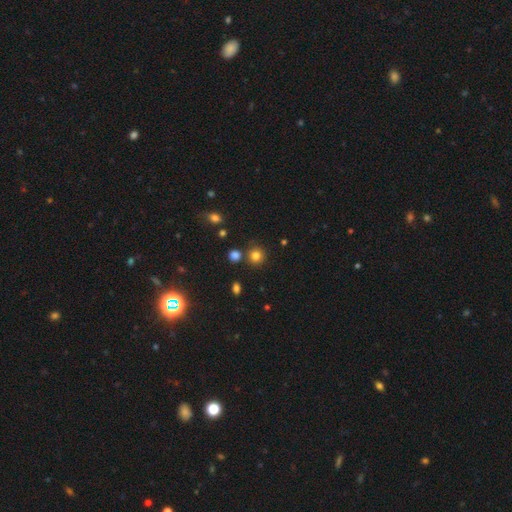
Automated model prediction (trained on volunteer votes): smooth_or_featured: smooth (p=0.80) [alt: star or artifact p=0.14]
how_rounded: round (p=0.91) [alt: in between p=0.08]
merging: none (p=0.81) [alt: merger p=0.08]